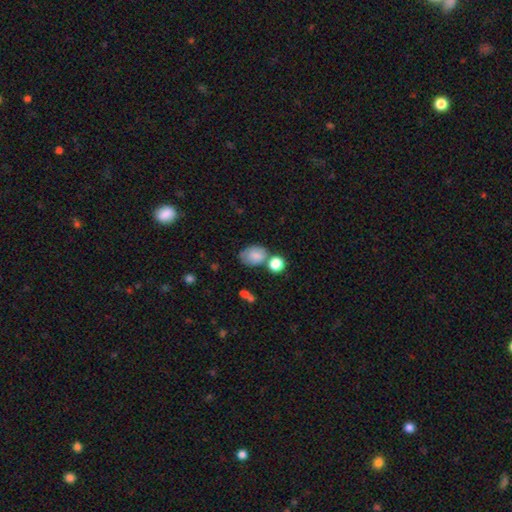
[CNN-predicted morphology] smooth 79%, featured or disk 12%, star or artifact 10%. Down the decision tree: how rounded — in between (70%); merging — none (50%).